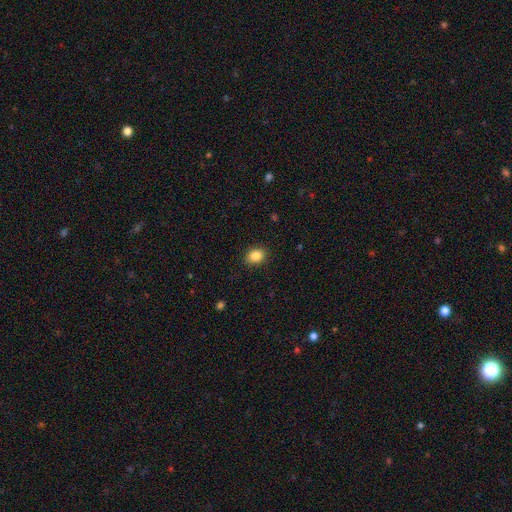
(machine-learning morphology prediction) type=smooth (86%); roundness=in between (56%); merging=none (89%).